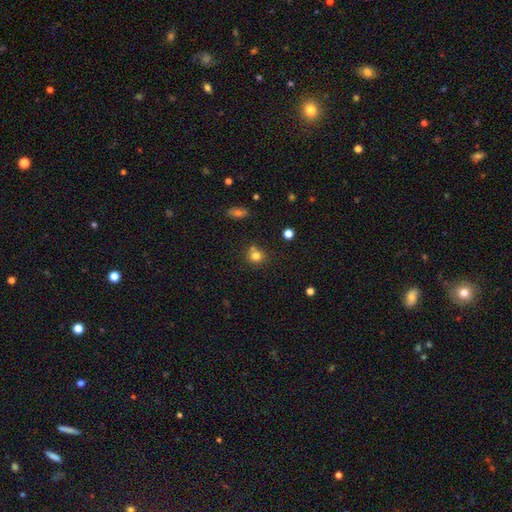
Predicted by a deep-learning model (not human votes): Smooth or featured: smooth — 78% (star or artifact — 14%)
How rounded: round — 85% (in between — 14%)
Merging: none — 68% (merger — 17%)